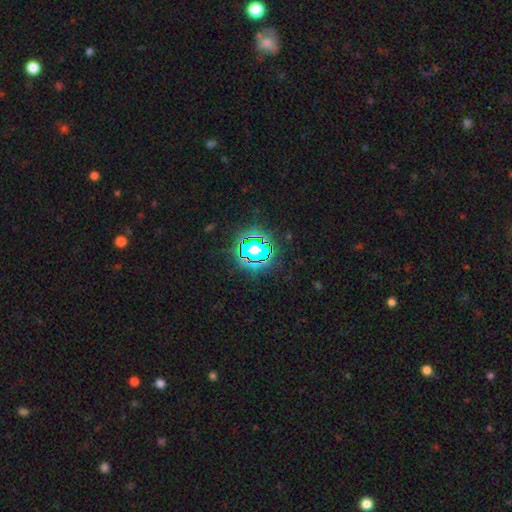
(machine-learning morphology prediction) A star or artifact, not a galaxy (64%).